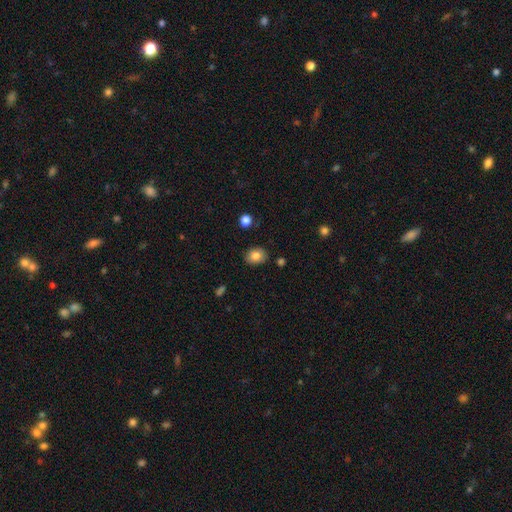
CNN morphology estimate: Smooth or featured: smooth — 81% (featured or disk — 9%)
How rounded: in between — 56% (round — 43%)
Merging: none — 86% (minor disturbance — 10%)